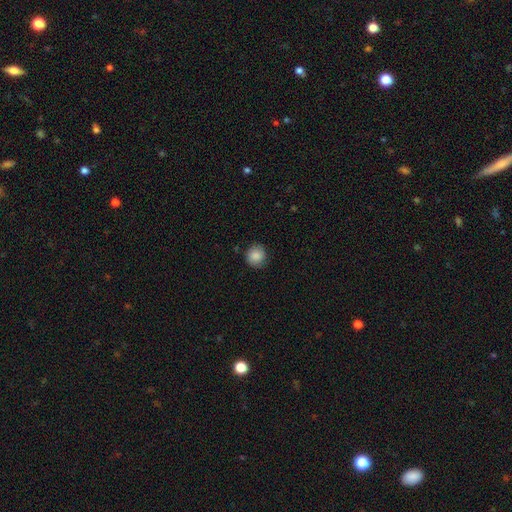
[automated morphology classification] type=smooth (87%); roundness=round (90%); merging=none (85%).